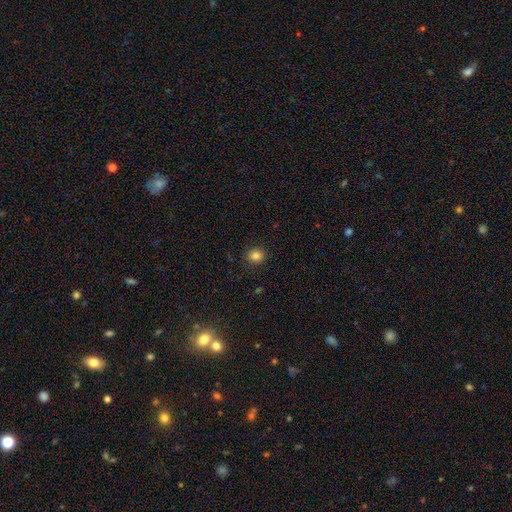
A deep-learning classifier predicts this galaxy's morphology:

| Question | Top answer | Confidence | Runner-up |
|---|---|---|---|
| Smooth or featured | smooth | 84% | star or artifact (12%) |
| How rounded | round | 80% | in between (19%) |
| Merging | none | 89% | minor disturbance (8%) |